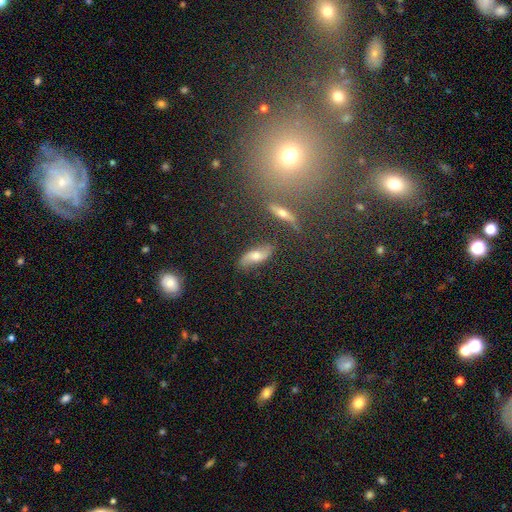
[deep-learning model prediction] featured or disk 54%, smooth 35%, star or artifact 11%. Down the decision tree: edge-on disk — no (77%); merging — none (77%).